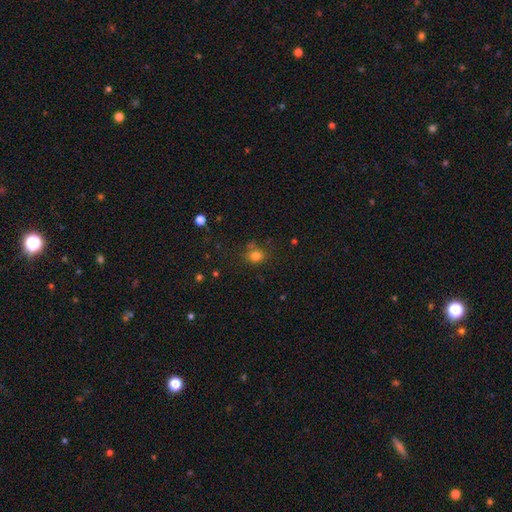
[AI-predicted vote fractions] A smooth galaxy with no disk features (78%) that is round (72%).

Vote fractions:
- Smooth or featured? smooth: 78% / star or artifact: 15% / featured or disk: 7%
- How rounded? round: 72% / in between: 27% / cigar-shaped: 1%
- Merging? none: 69% / minor disturbance: 16% / merger: 9% / major disturbance: 5%